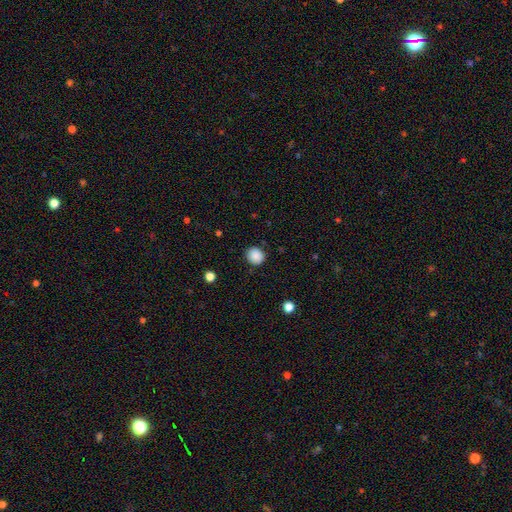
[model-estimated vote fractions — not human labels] The model was most divided on "how rounded": round: 78%, in between: 21%, cigar-shaped: 1%. More confident: smooth or featured — smooth (88%); merging — none (87%).